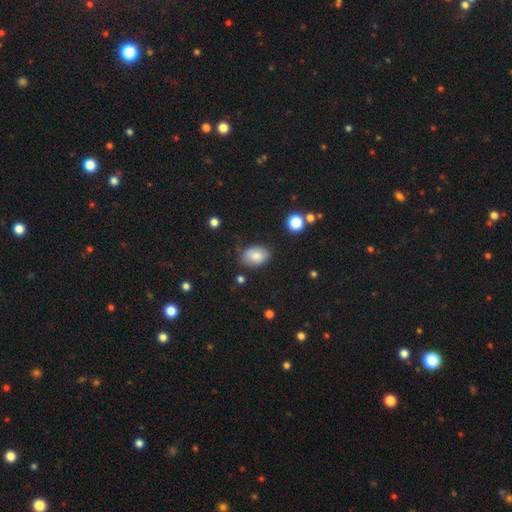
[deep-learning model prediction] Smooth or featured? Predicted: smooth (p=0.82). How rounded? Predicted: in between (p=0.82). Merging? Predicted: none (p=0.77).